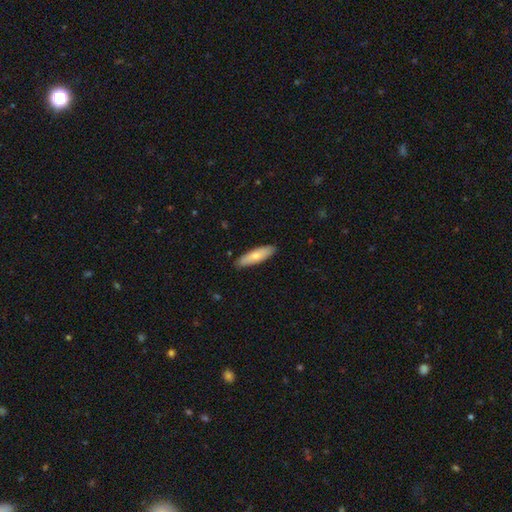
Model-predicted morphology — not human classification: Smooth or featured? Predicted: smooth (p=0.74). How rounded? Predicted: cigar-shaped (p=0.62). Merging? Predicted: none (p=0.89).